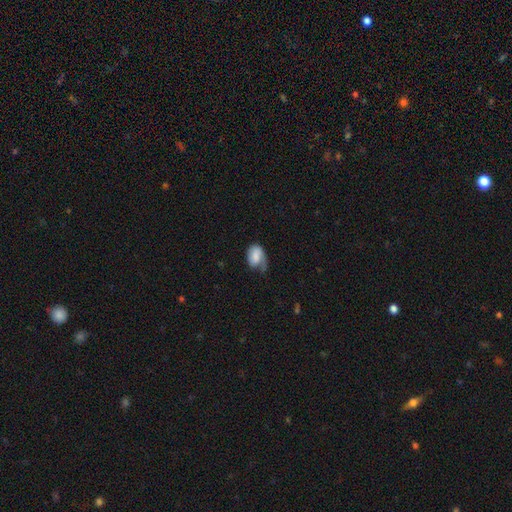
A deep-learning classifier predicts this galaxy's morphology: smooth 65%, featured or disk 28%, star or artifact 7%. Down the decision tree: how rounded — in between (83%); merging — minor disturbance (35%).